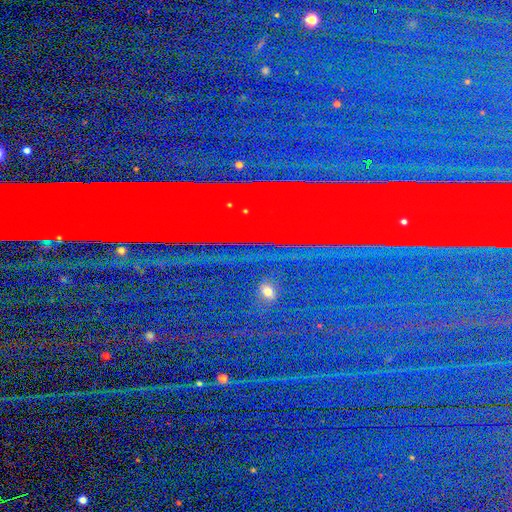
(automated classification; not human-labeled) star or artifact 87%, featured or disk 7%, smooth 6%.